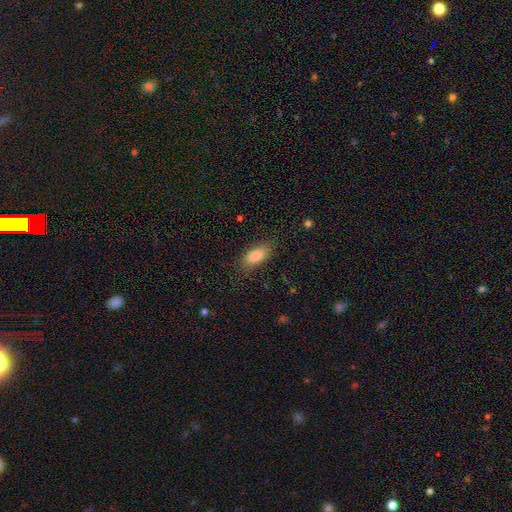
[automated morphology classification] Smooth or featured? Predicted: smooth (p=0.83). How rounded? Predicted: in between (p=0.86). Merging? Predicted: none (p=0.79).